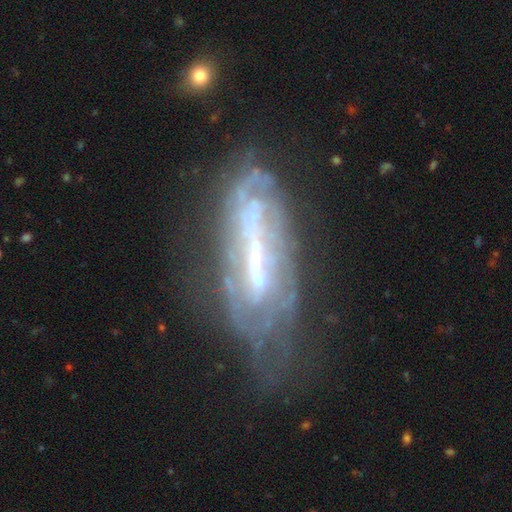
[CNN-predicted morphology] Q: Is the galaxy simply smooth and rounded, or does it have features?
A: featured or disk — 78%.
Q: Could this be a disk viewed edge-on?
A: no — 77%.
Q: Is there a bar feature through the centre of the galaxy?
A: strong — 53%.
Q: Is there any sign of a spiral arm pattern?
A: yes — 67%.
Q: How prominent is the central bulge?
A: small — 34%.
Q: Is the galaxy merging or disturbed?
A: none — 48%.